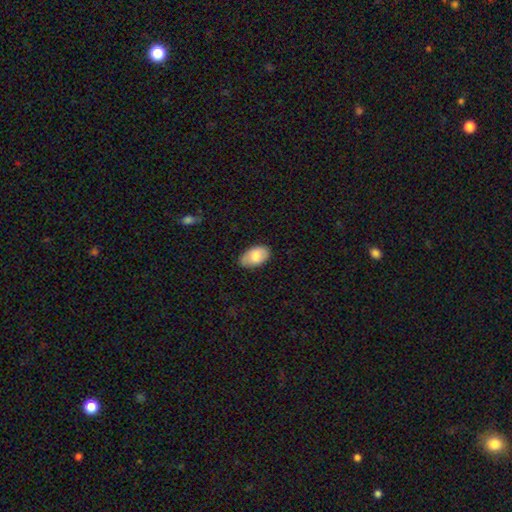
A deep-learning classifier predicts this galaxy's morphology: Smooth or featured?
  - smooth: 78% *
  - featured or disk: 16%
  - star or artifact: 6%
How rounded?
  - in between: 94% *
  - round: 5%
  - cigar-shaped: 1%
Merging?
  - none: 76% *
  - minor disturbance: 19%
  - major disturbance: 3%
  - merger: 1%